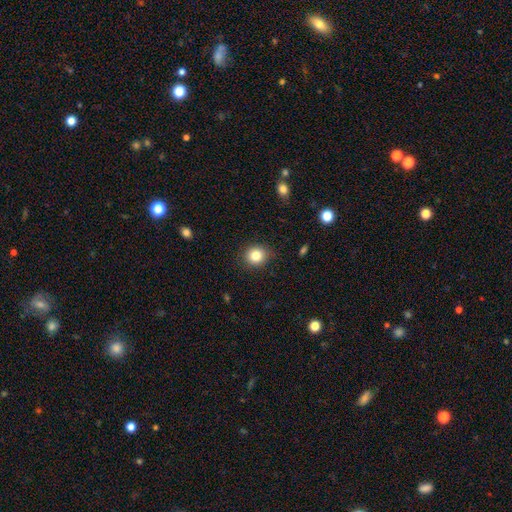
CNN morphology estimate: This appears to be a smooth galaxy with no disk features (83%) that is round (82%). Merging: none (87%).